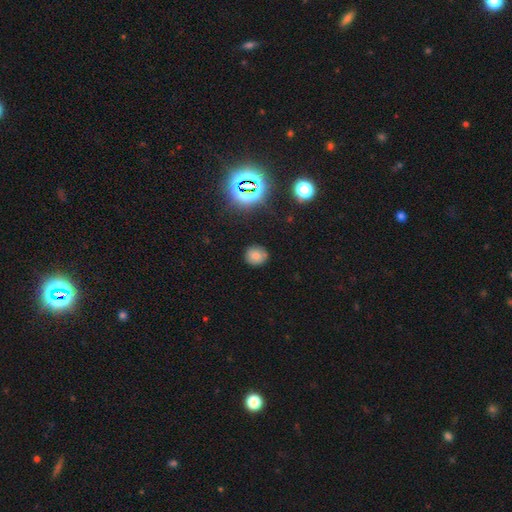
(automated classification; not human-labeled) This appears to be a smooth galaxy with no disk features (74%) that is round (83%). Merging: none (82%).